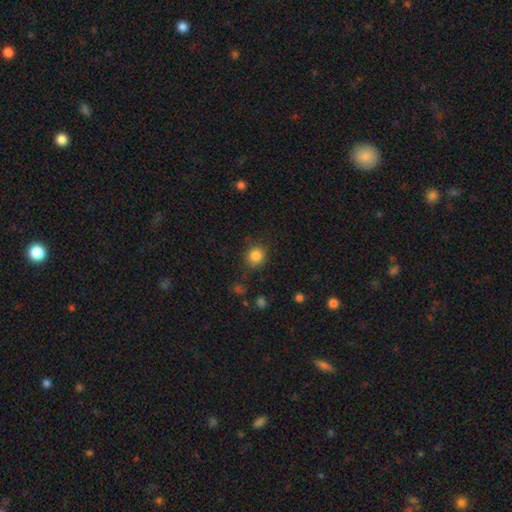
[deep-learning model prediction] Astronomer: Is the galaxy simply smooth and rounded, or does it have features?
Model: smooth — 84%.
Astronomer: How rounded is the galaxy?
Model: round — 85%.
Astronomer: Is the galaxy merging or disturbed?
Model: none — 83%.